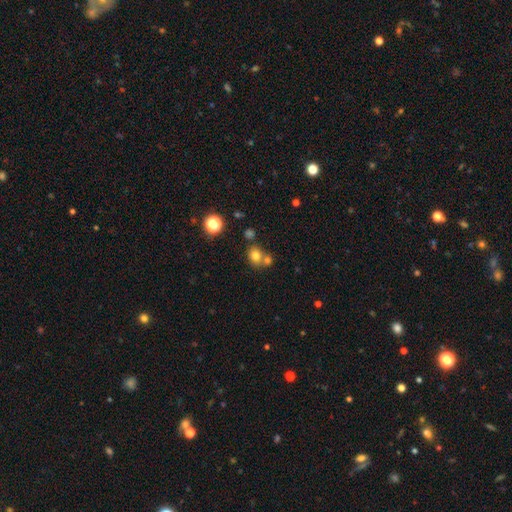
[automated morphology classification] Smooth or featured? Predicted: smooth (p=0.75). How rounded? Predicted: round (p=0.66). Merging? Predicted: none (p=0.54).